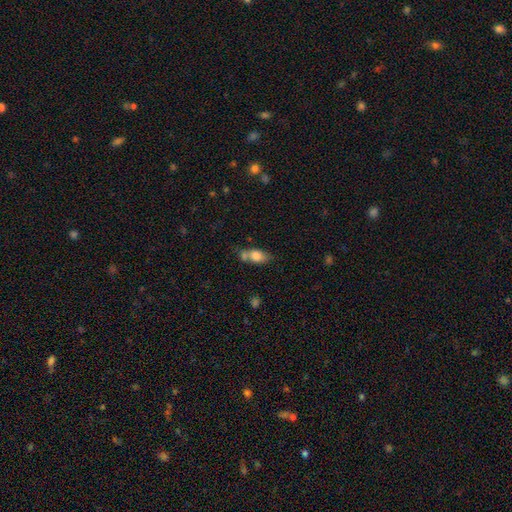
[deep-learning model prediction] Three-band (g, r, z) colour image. It shows a smooth galaxy with no disk features (75%) that is in between round and cigar-shaped (81%). Merging: none (40%).